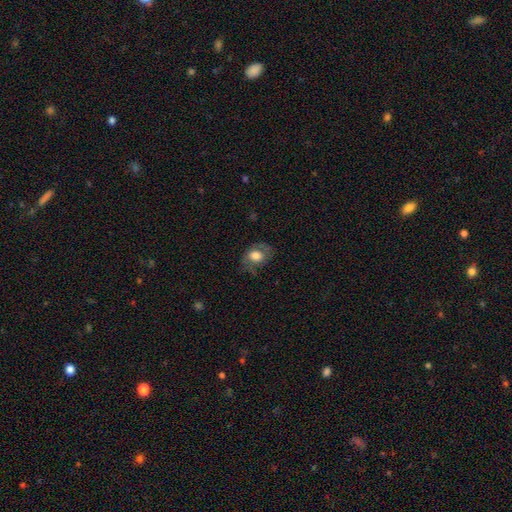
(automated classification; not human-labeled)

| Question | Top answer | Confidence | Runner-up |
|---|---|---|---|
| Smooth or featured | smooth | 66% | featured or disk (26%) |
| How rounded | in between | 60% | round (39%) |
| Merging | none | 61% | minor disturbance (25%) |